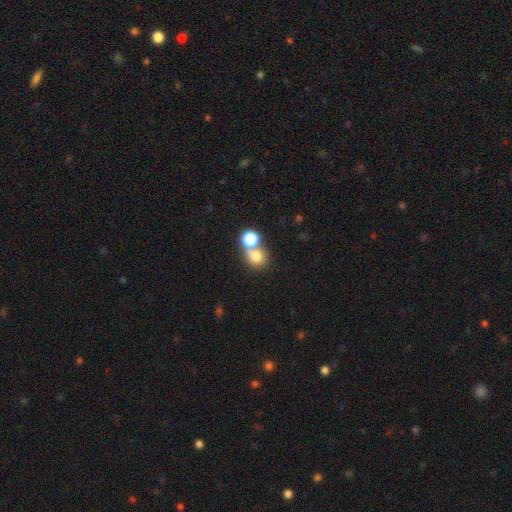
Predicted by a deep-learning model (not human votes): This is likely a smooth galaxy (75%). How rounded: clearly round (82%). Merging: possibly none (45%, tied with merger).